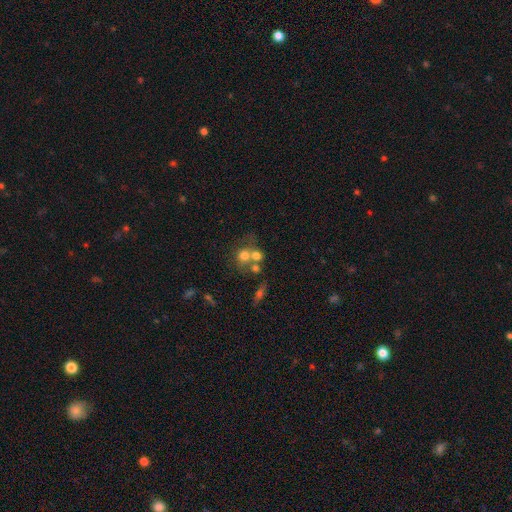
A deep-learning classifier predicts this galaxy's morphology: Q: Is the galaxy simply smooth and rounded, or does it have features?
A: smooth — 64%.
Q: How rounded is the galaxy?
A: round — 77%.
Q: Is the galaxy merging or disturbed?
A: merger — 53%.